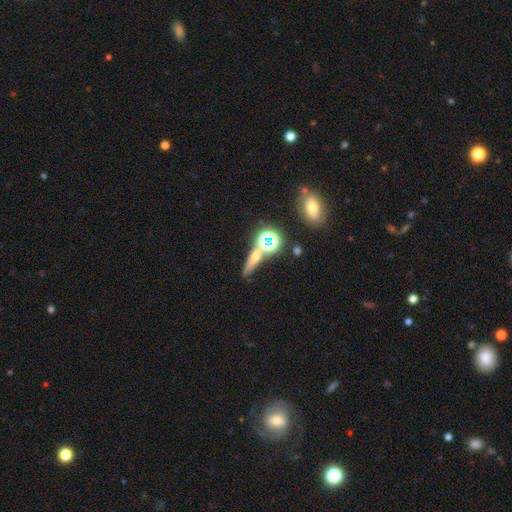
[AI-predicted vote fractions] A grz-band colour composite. It shows a smooth galaxy with no disk features (41%). Merging: none (62%).